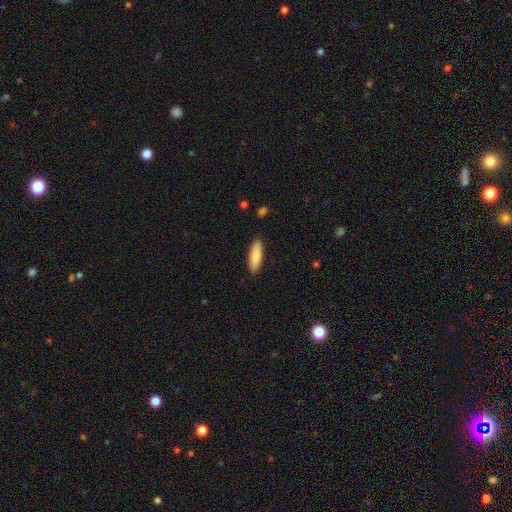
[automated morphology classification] Smooth or featured? smooth (83%)
How rounded? in between (56%)
Merging? none (89%)